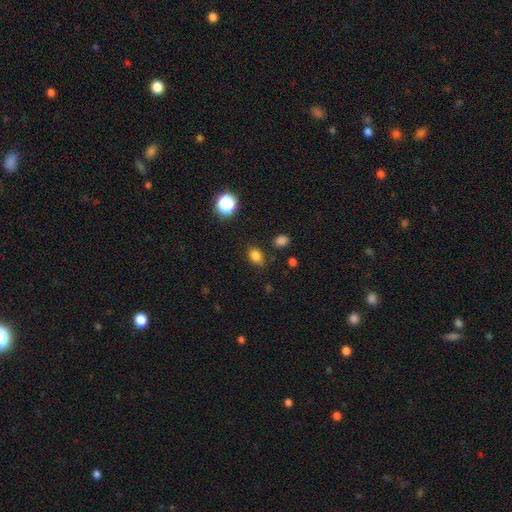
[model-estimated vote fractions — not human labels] smooth 81%, star or artifact 14%, featured or disk 5%. Down the decision tree: how rounded — in between (63%); merging — none (78%).